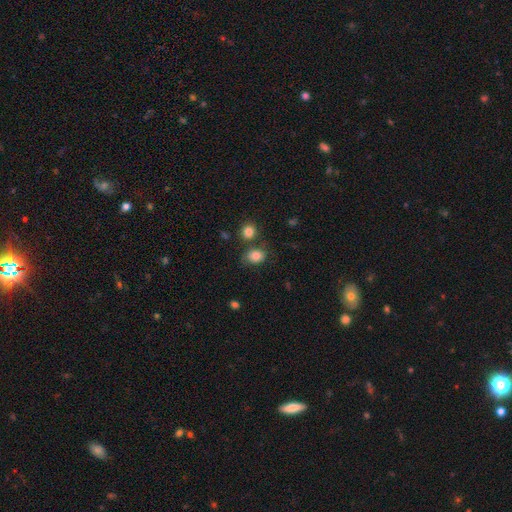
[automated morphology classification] Smooth or featured? Predicted: smooth (p=0.84). How rounded? Predicted: in between (p=0.52). Merging? Predicted: none (p=0.65).